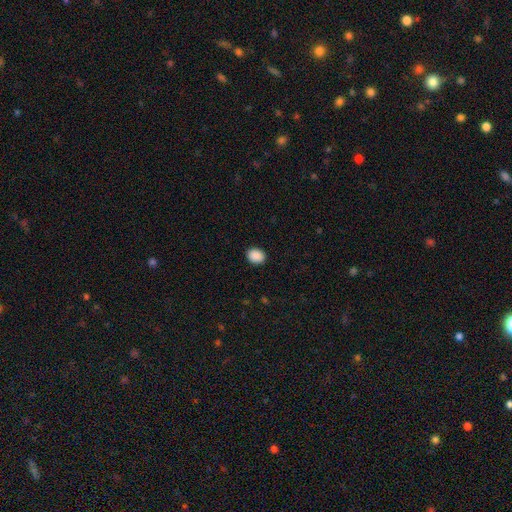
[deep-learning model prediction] A smooth galaxy with no disk features (90%) that is round (54%). Merging: none (91%).